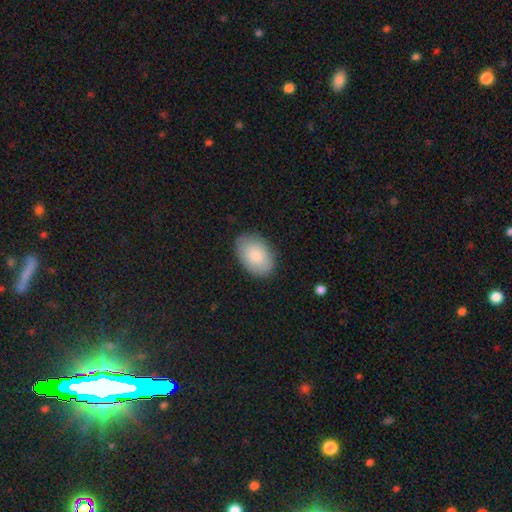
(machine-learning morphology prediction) Smooth or featured? smooth (84%)
How rounded? in between (88%)
Merging? none (83%)